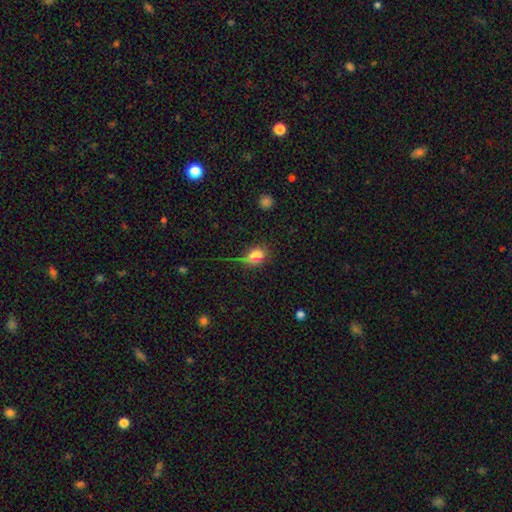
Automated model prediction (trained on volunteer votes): This is likely a smooth galaxy (78%). How rounded: likely in between (65%). Merging: possibly none (55%).